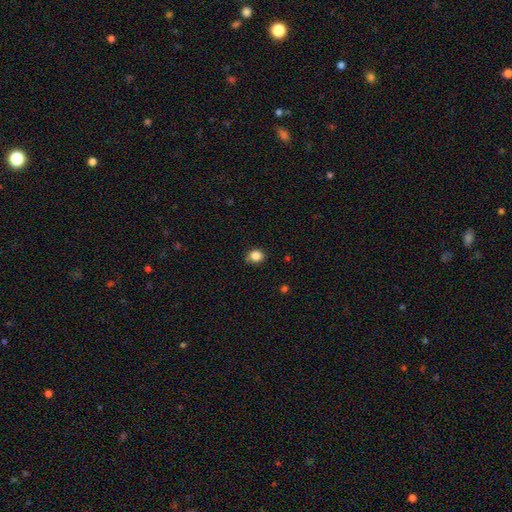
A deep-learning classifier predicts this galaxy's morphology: A smooth galaxy with no disk features (85%) that is round (71%).

Vote fractions:
- Smooth or featured? smooth: 85% / star or artifact: 11% / featured or disk: 4%
- How rounded? round: 71% / in between: 28% / cigar-shaped: 1%
- Merging? none: 80% / minor disturbance: 16% / major disturbance: 3% / merger: 2%